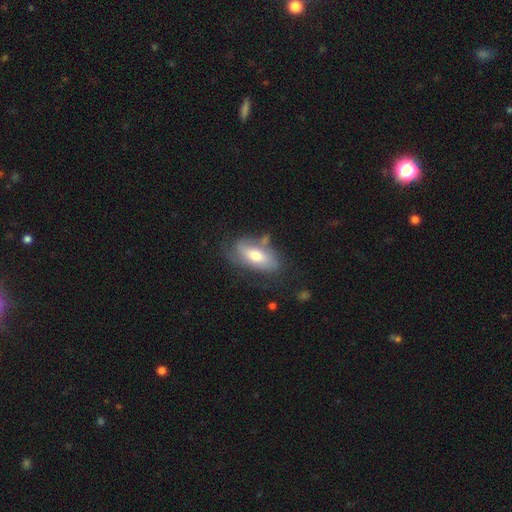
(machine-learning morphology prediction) Smooth or featured?
  - smooth: 54% *
  - featured or disk: 40%
  - star or artifact: 7%
How rounded?
  - in between: 86% *
  - cigar-shaped: 10%
  - round: 4%
Merging?
  - none: 55% *
  - minor disturbance: 25%
  - major disturbance: 12%
  - merger: 7%